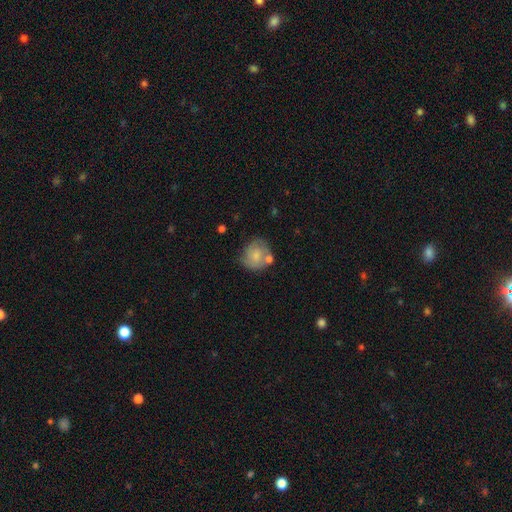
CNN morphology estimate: This appears to be a smooth galaxy with no disk features (62%) that is round (83%). Merging: none (57%).